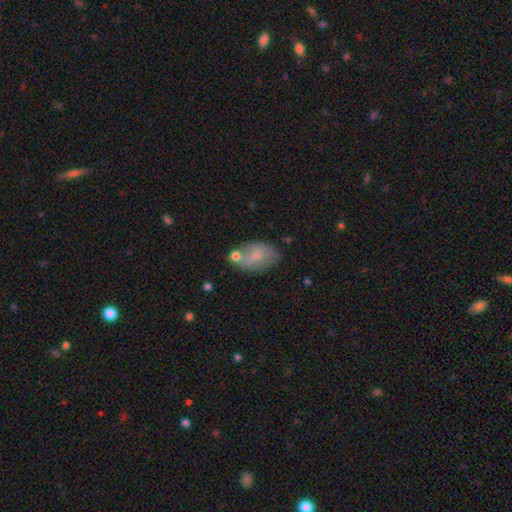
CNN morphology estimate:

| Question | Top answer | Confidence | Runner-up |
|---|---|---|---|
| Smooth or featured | smooth | 72% | featured or disk (20%) |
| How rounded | in between | 89% | round (9%) |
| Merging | none | 58% | minor disturbance (22%) |